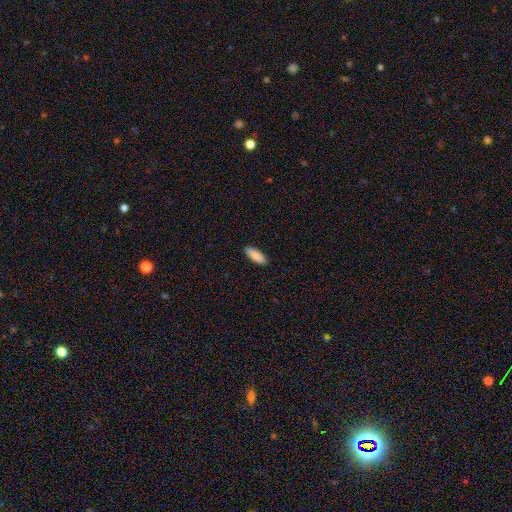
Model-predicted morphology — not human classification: This appears to be a smooth galaxy with no disk features (89%) that is in between round and cigar-shaped (68%). Merging: none (90%).